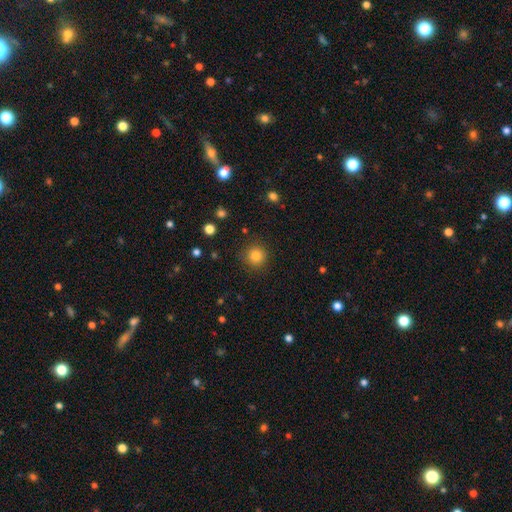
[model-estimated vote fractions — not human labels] smooth_or_featured: smooth (p=0.83) [alt: star or artifact p=0.12]
how_rounded: round (p=0.94) [alt: in between p=0.05]
merging: none (p=0.89) [alt: minor disturbance p=0.07]